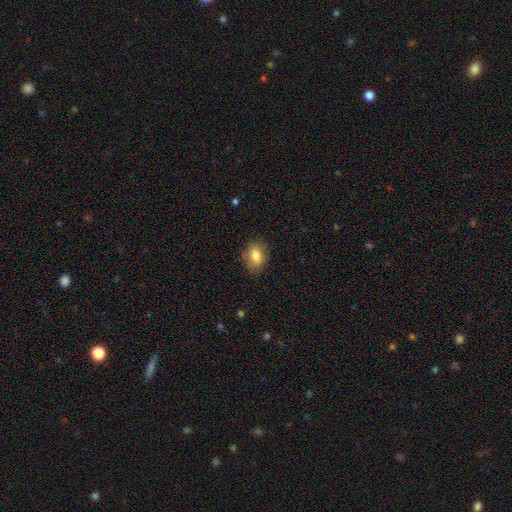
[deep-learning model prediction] Smooth or featured: smooth — 83% (star or artifact — 9%)
How rounded: in between — 71% (round — 28%)
Merging: none — 82% (minor disturbance — 14%)